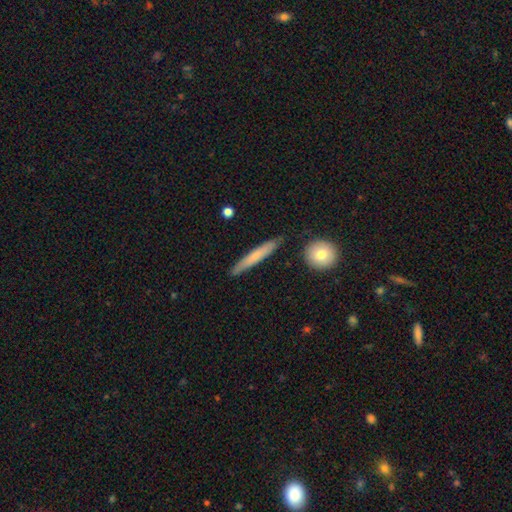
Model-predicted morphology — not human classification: smooth 61%, featured or disk 33%, star or artifact 5%. Down the decision tree: how rounded — cigar-shaped (94%); merging — none (86%).